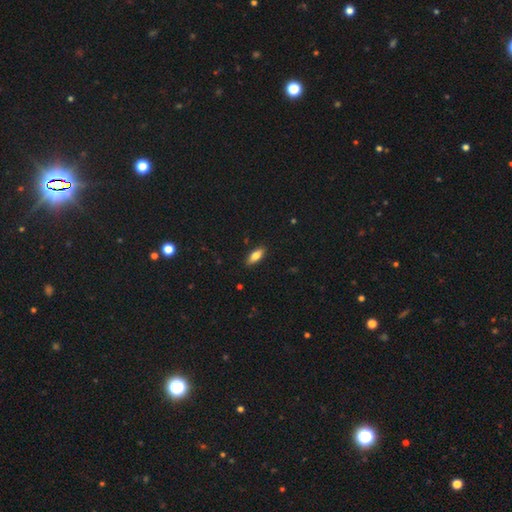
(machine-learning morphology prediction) smooth_or_featured: smooth (p=0.76) [alt: featured or disk p=0.17]
how_rounded: in between (p=0.76) [alt: cigar-shaped p=0.21]
merging: none (p=0.88) [alt: minor disturbance p=0.09]